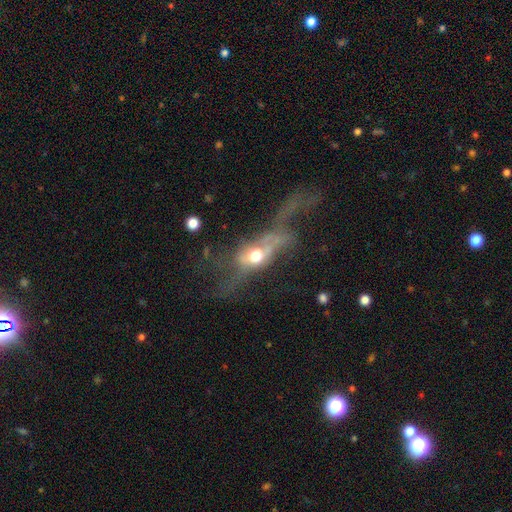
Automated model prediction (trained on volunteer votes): The model was most divided on "smooth or featured": featured or disk: 55%, smooth: 35%, star or artifact: 10%. More confident: edge-on disk — no (73%); merging — major disturbance (61%).